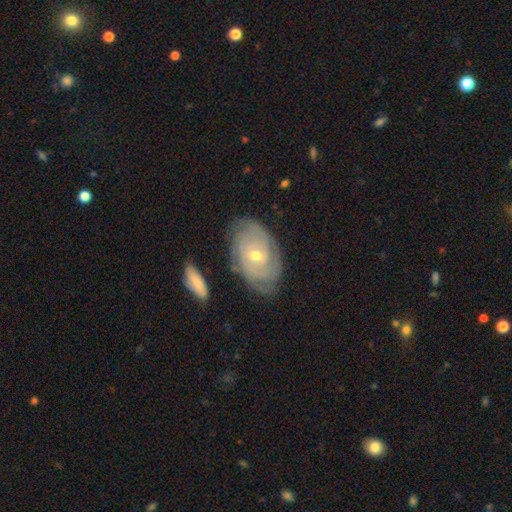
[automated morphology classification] Smooth or featured: featured or disk — 79% (smooth — 15%)
Edge-on disk: no — 95% (yes — 5%)
Bar: no — 68% (weak — 26%)
Spiral arms: yes — 91% (no — 9%)
Spiral winding: tight — 76% (medium — 19%)
Spiral arm count: can't tell — 44% (2 — 22%)
Bulge size: small — 51% (moderate — 46%)
Merging: none — 74% (minor disturbance — 18%)